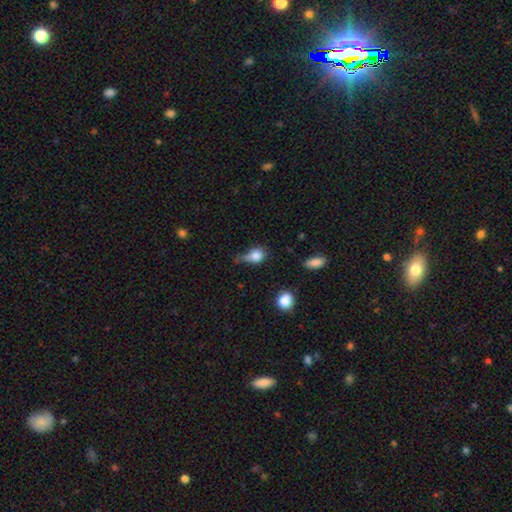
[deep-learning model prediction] This is likely a smooth galaxy (79%). How rounded: possibly round (59%). Merging: marginally none (34%).